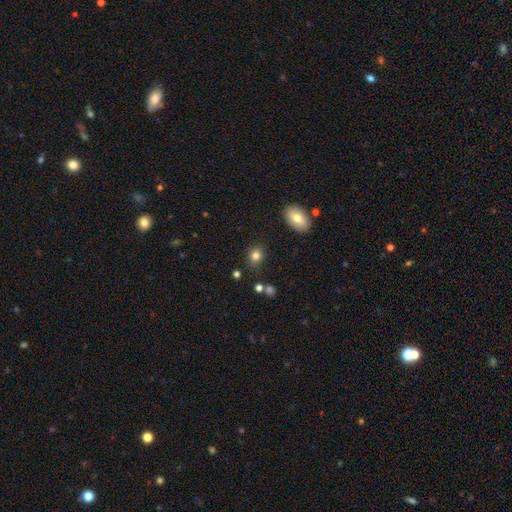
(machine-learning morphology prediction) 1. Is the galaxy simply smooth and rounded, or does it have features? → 81% smooth, 12% star or artifact, 7% featured or disk.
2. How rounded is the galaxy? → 61% round, 38% in between, 1% cigar-shaped.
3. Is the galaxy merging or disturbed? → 82% none, 11% minor disturbance, 3% merger, 3% major disturbance.